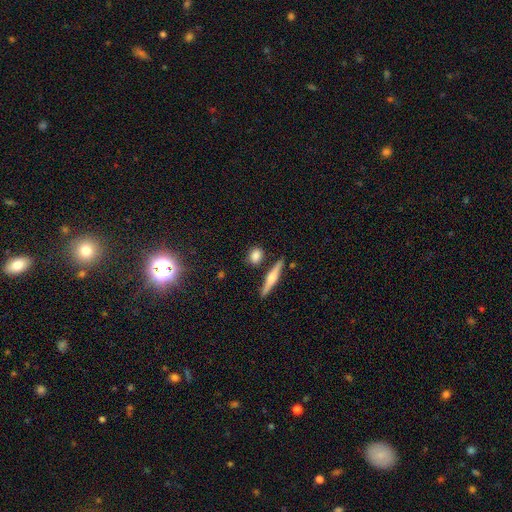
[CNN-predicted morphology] smooth_or_featured: smooth (p=0.76) [alt: featured or disk p=0.15]
how_rounded: round (p=0.58) [alt: in between p=0.30]
merging: none (p=0.80) [alt: minor disturbance p=0.11]